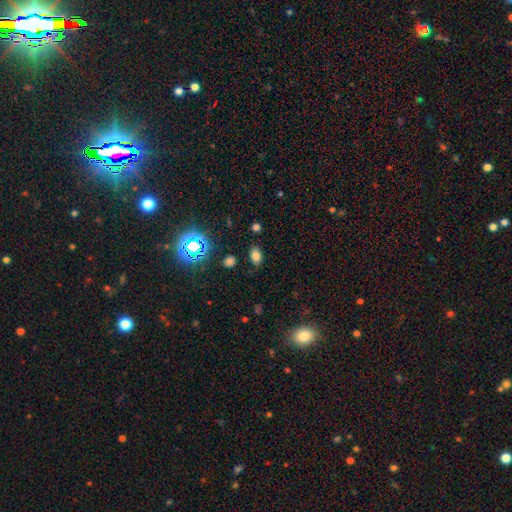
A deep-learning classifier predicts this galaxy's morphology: Smooth or featured? Predicted: smooth (p=0.73). How rounded? Predicted: in between (p=0.84). Merging? Predicted: none (p=0.84).